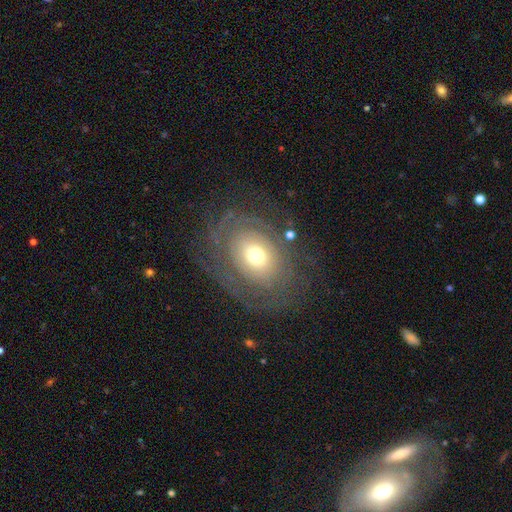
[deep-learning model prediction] Smooth or featured? featured or disk (68%)
Edge-on disk? no (95%)
Bar? no (81%)
Spiral arms? yes (73%)
Bulge size? moderate (60%)
Merging? none (69%)